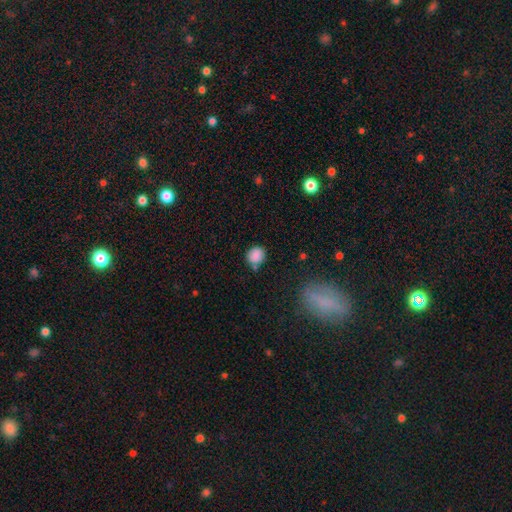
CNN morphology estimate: Smooth or featured? smooth (85%)
How rounded? round (76%)
Merging? none (70%)